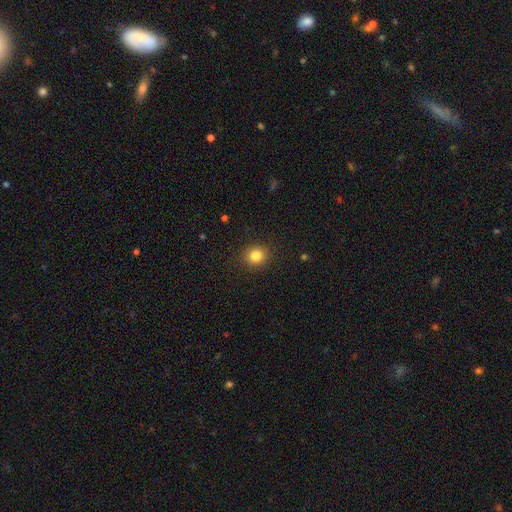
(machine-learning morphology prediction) Smooth or featured? Predicted: smooth (p=0.82). How rounded? Predicted: round (p=0.84). Merging? Predicted: none (p=0.91).